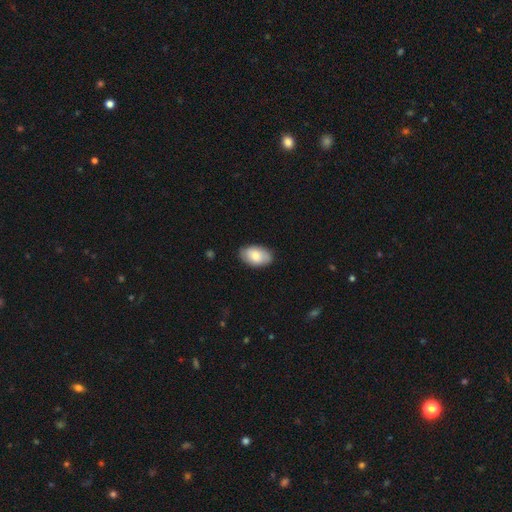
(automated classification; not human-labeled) A smooth galaxy with no disk features (77%) that is in between round and cigar-shaped (93%).

Vote fractions:
- Smooth or featured? smooth: 77% / featured or disk: 17% / star or artifact: 6%
- How rounded? in between: 93% / round: 6% / cigar-shaped: 1%
- Merging? none: 84% / minor disturbance: 13% / major disturbance: 2% / merger: 1%